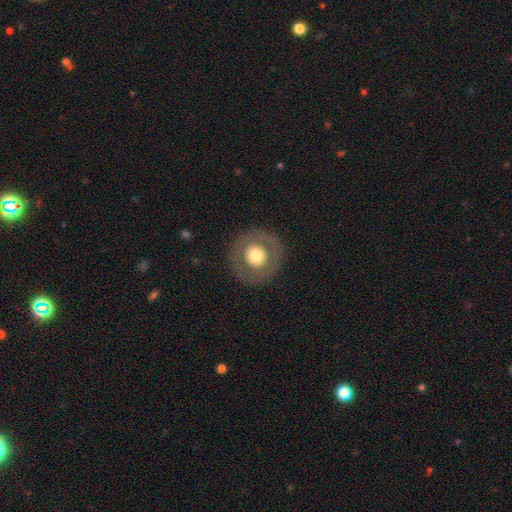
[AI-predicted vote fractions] Smooth or featured? Predicted: smooth (p=0.59). How rounded? Predicted: round (p=0.95). Merging? Predicted: none (p=0.87).